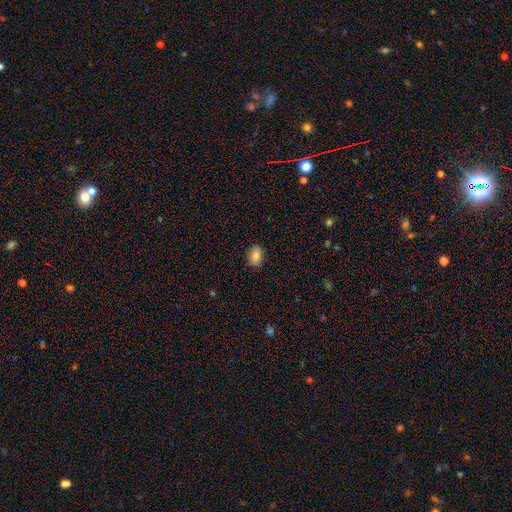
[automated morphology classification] A smooth galaxy with no disk features (82%) that is in between round and cigar-shaped (80%).

Vote fractions:
- Smooth or featured? smooth: 82% / featured or disk: 10% / star or artifact: 8%
- How rounded? in between: 80% / round: 18% / cigar-shaped: 2%
- Merging? none: 87% / minor disturbance: 10% / major disturbance: 2% / merger: 1%